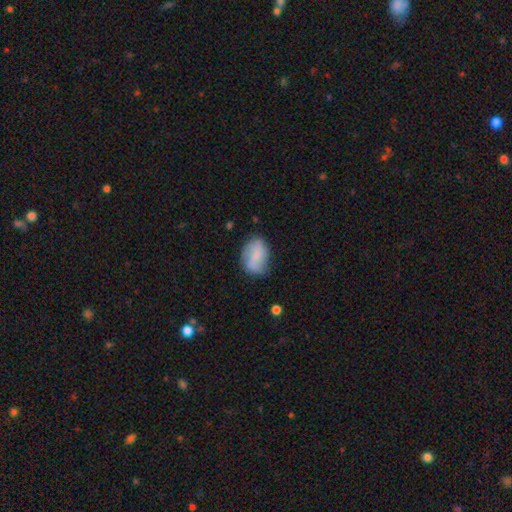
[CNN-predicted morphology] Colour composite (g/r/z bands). It shows a smooth galaxy with no disk features (62%) that is in between round and cigar-shaped (78%). Merging: none (59%).